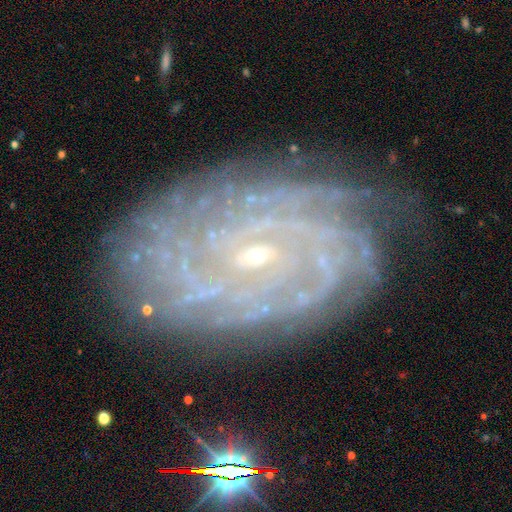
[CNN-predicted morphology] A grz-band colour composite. It shows a featured or disk galaxy (88%) with no bar (59%), more than 4 (29%) tight (84%) spiral arms (98%) and a small central bulge (82%). Merging: none (77%).